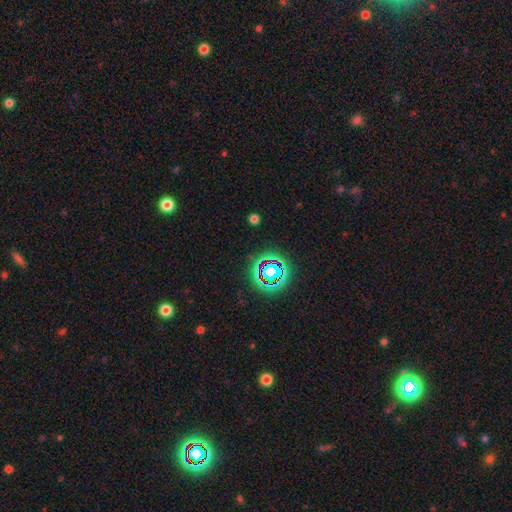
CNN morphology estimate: Smooth or featured?
  - star or artifact: 72% *
  - smooth: 17%
  - featured or disk: 11%